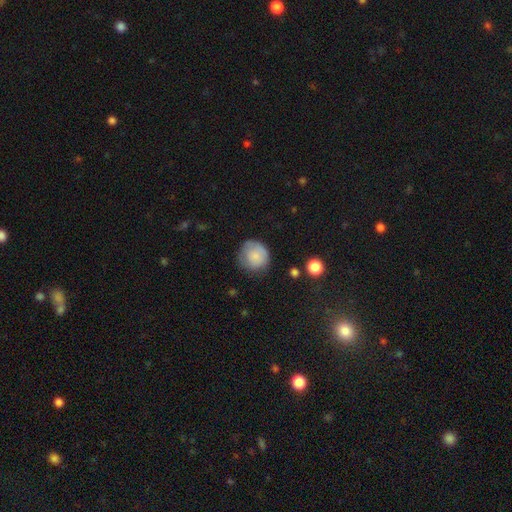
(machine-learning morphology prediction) type=smooth (80%); roundness=round (89%); merging=none (66%).